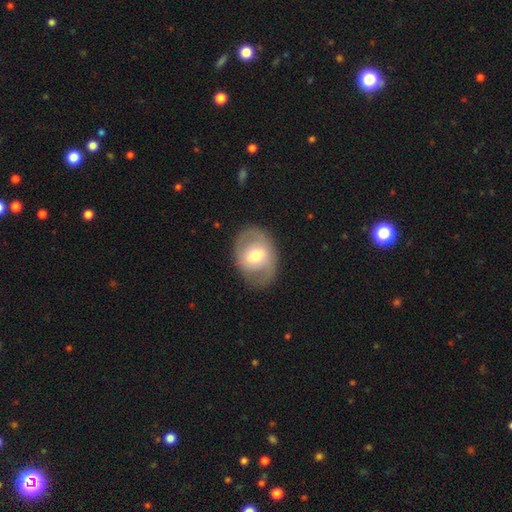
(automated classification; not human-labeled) Overall: featured or disk (51%; smooth 43%). Edge-on disk: no (94%). Merging: none (80%).